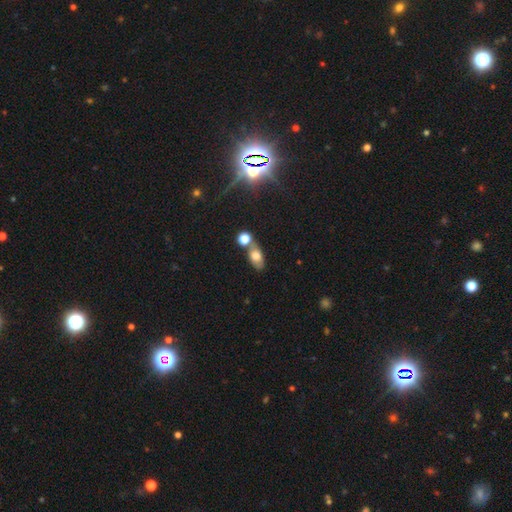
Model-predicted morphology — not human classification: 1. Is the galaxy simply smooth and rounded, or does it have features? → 71% smooth, 18% featured or disk, 11% star or artifact.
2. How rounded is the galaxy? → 81% in between, 13% round, 6% cigar-shaped.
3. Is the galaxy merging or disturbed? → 50% none, 32% merger, 13% minor disturbance, 5% major disturbance.